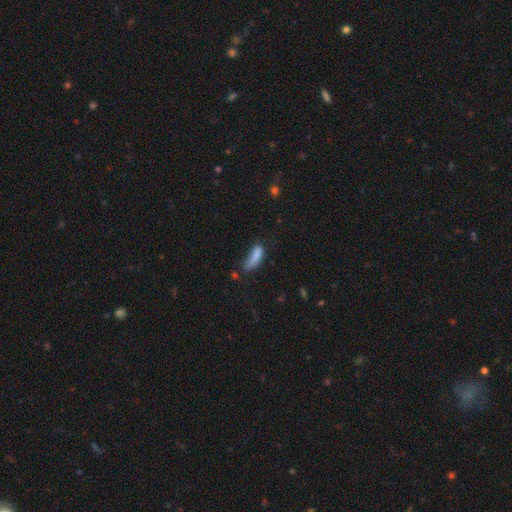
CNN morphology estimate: A smooth galaxy with no disk features (81%) that is in between round and cigar-shaped (55%).

Vote fractions:
- Smooth or featured? smooth: 81% / featured or disk: 10% / star or artifact: 9%
- How rounded? in between: 55% / cigar-shaped: 42% / round: 2%
- Merging? none: 35% / minor disturbance: 33% / major disturbance: 24% / merger: 7%